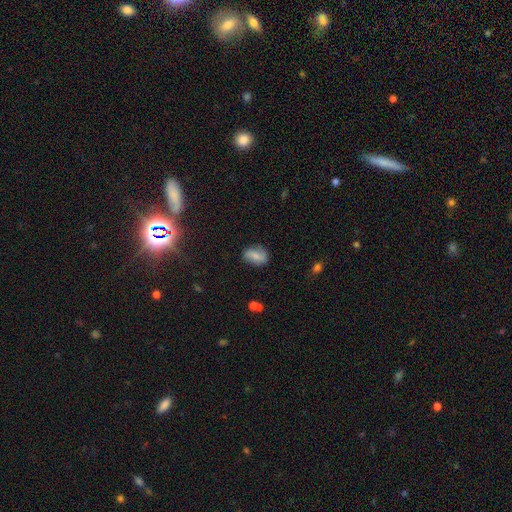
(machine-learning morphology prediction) Smooth or featured? Predicted: smooth (p=0.59). How rounded? Predicted: in between (p=0.79). Merging? Predicted: none (p=0.75).